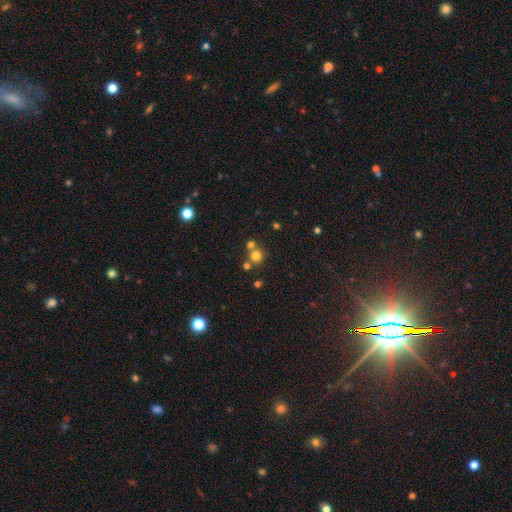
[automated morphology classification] Overall: smooth (73%). How rounded: round (89%). Merging: none (59%; merger 31%).